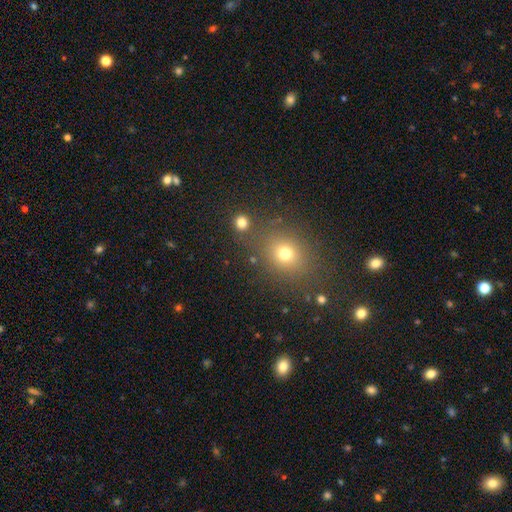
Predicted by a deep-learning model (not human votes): Overall: smooth (61%; star or artifact 29%). How rounded: round (60%; in between 39%). Merging: none (82%).